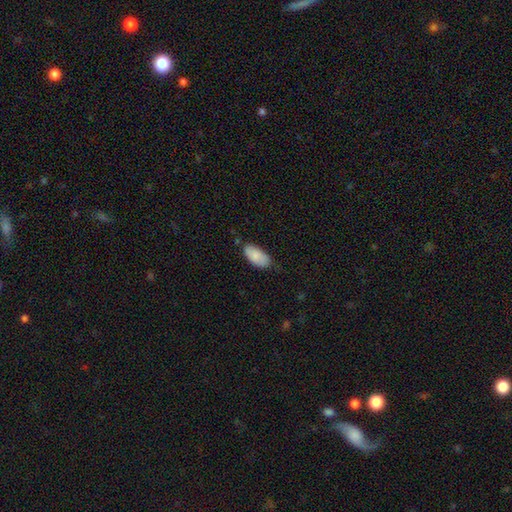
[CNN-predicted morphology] This appears to be a smooth galaxy with no disk features (84%) that is in between round and cigar-shaped (94%). Merging: none (69%).